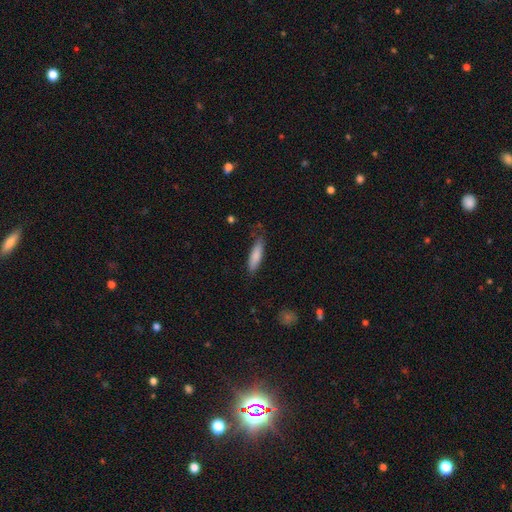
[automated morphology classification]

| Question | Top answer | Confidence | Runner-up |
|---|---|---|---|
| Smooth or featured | smooth | 83% | featured or disk (12%) |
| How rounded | cigar-shaped | 66% | in between (33%) |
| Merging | none | 77% | minor disturbance (18%) |